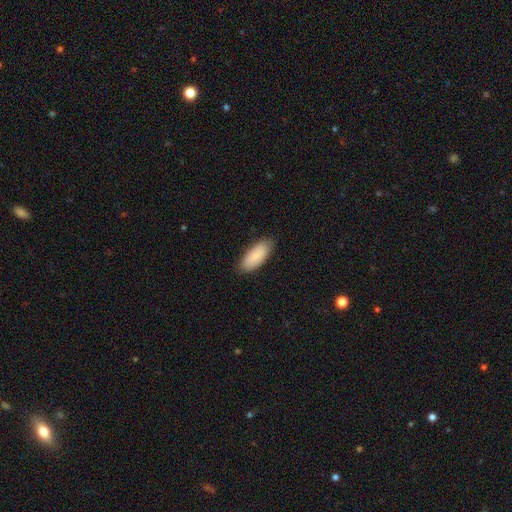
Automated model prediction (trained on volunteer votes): Smooth or featured? Predicted: smooth (p=0.87). How rounded? Predicted: in between (p=0.82). Merging? Predicted: none (p=0.85).